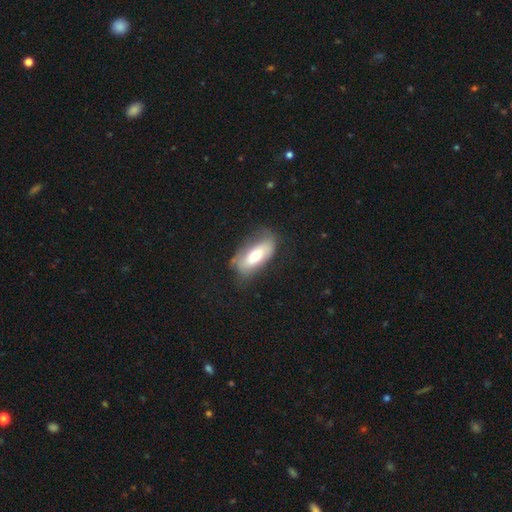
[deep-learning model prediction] Smooth or featured: smooth — 61% (featured or disk — 32%)
How rounded: in between — 82% (cigar-shaped — 15%)
Merging: none — 60% (minor disturbance — 27%)